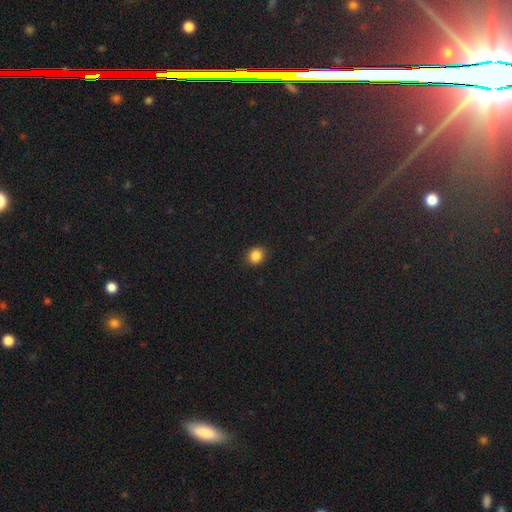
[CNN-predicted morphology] Smooth or featured? Predicted: smooth (p=0.86). How rounded? Predicted: round (p=0.74). Merging? Predicted: none (p=0.89).